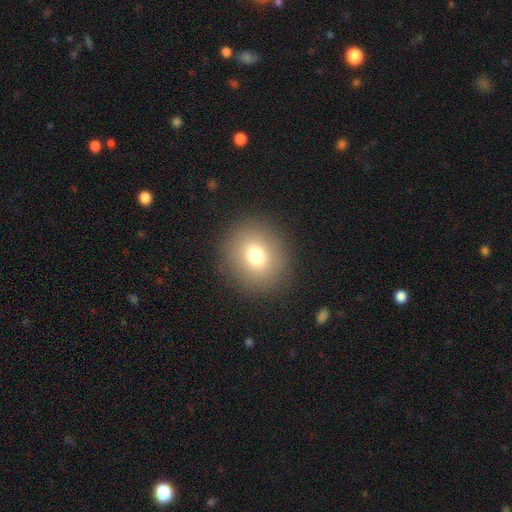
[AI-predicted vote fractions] Q: Smooth or featured?
A: smooth (75%); runner-up: star or artifact (14%)
Q: How rounded?
A: round (83%); runner-up: in between (16%)
Q: Merging?
A: none (89%); runner-up: minor disturbance (6%)